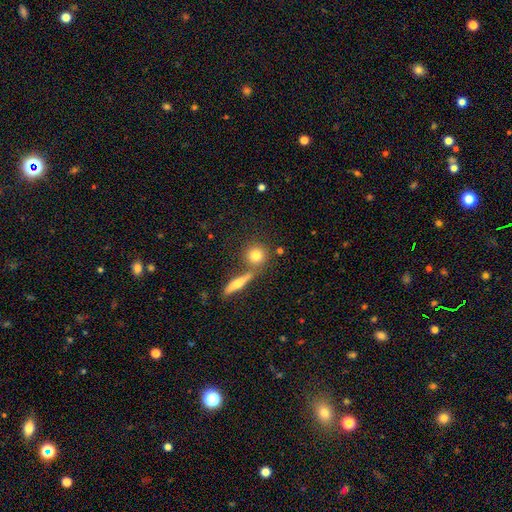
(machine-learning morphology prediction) smooth-or-featured: smooth: 76% | featured or disk: 15% | star or artifact: 9%
  how-rounded: round: 85% | in between: 11% | cigar-shaped: 4%
  merging: none: 69% | merger: 19% | minor disturbance: 9% | major disturbance: 3%